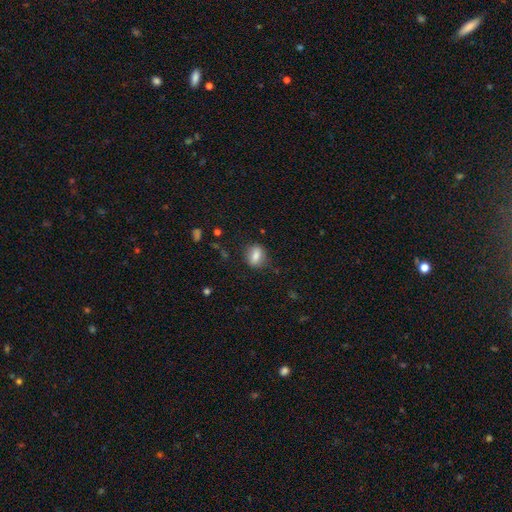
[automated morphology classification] type=smooth (77%); roundness=in between (60%); merging=none (81%).